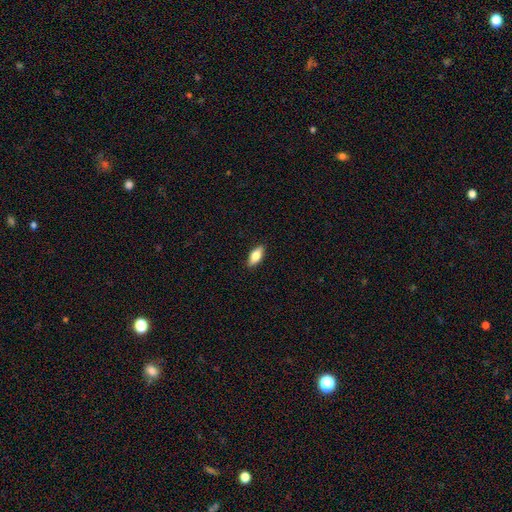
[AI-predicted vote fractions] smooth 70%, featured or disk 24%, star or artifact 7%. Down the decision tree: how rounded — in between (77%); merging — none (89%).